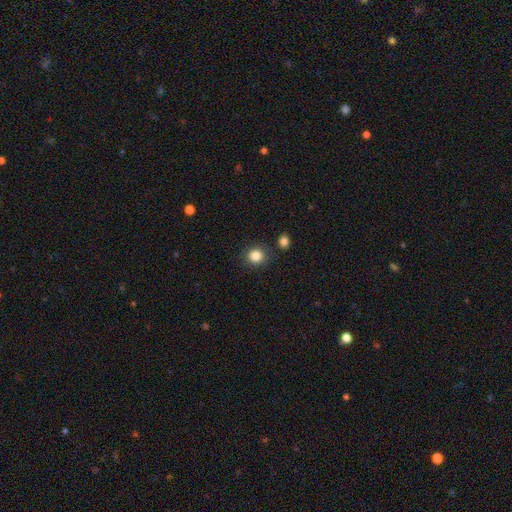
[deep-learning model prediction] smooth 85%, star or artifact 10%, featured or disk 5%. Down the decision tree: how rounded — round (86%); merging — none (83%).